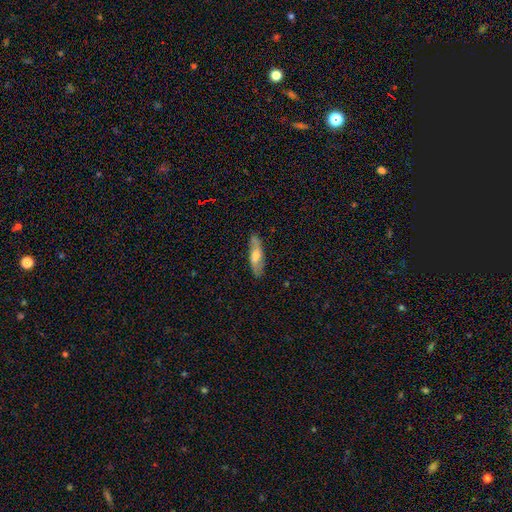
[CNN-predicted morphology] Q: Smooth or featured?
A: smooth (50%); runner-up: featured or disk (44%)
Q: Merging?
A: none (81%); runner-up: minor disturbance (14%)